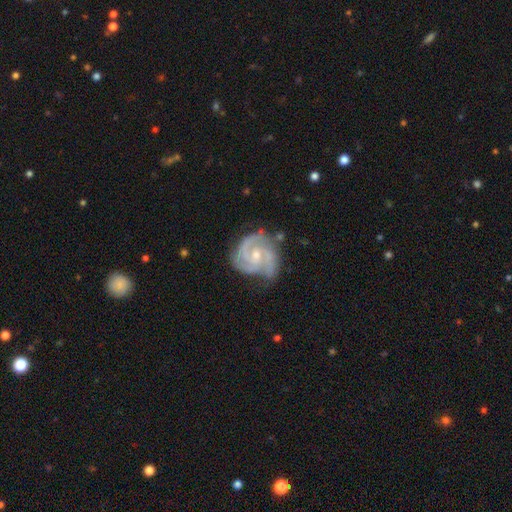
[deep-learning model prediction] Smooth or featured: featured or disk — 90% (smooth — 5%)
Edge-on disk: no — 98% (yes — 2%)
Bar: no — 58% (weak — 35%)
Spiral arms: yes — 98% (no — 2%)
Spiral winding: tight — 52% (medium — 42%)
Spiral arm count: 3 — 54% (2 — 28%)
Bulge size: small — 58% (moderate — 39%)
Merging: none — 63% (minor disturbance — 26%)